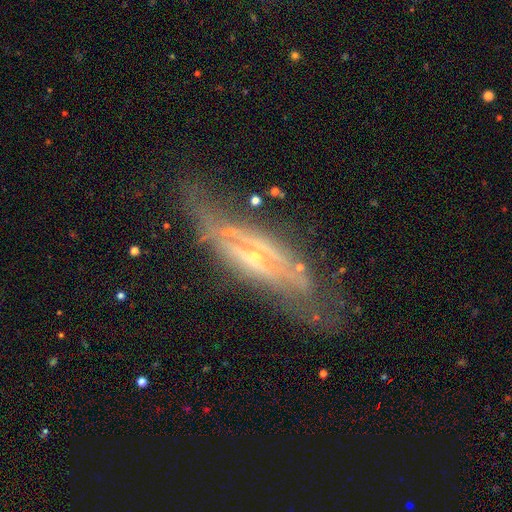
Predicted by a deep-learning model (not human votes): Smooth or featured?
  - featured or disk: 78% *
  - smooth: 14%
  - star or artifact: 9%
Edge-on disk?
  - yes: 63% *
  - no: 37%
Merging?
  - none: 61% *
  - minor disturbance: 22%
  - major disturbance: 14%
  - merger: 3%